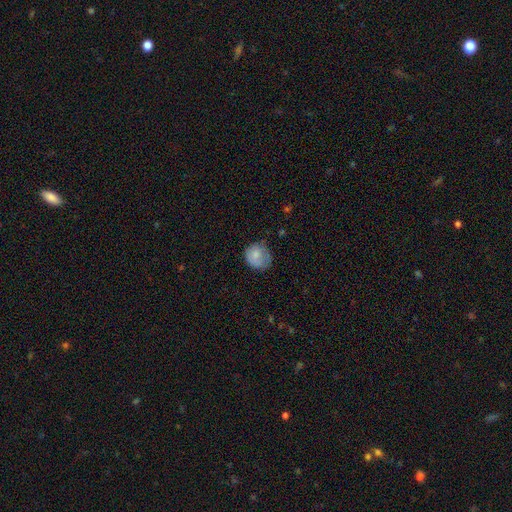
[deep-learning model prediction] Morphology: type=smooth (77%); roundness=round (77%); merging=none (58%).